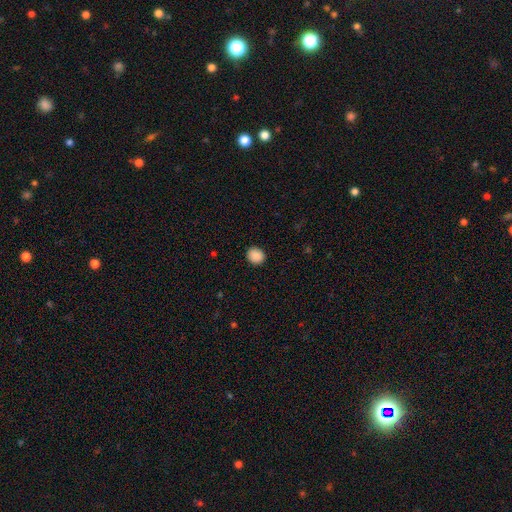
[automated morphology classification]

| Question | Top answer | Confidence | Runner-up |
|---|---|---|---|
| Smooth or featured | smooth | 89% | star or artifact (8%) |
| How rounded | round | 71% | in between (28%) |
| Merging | none | 90% | minor disturbance (7%) |